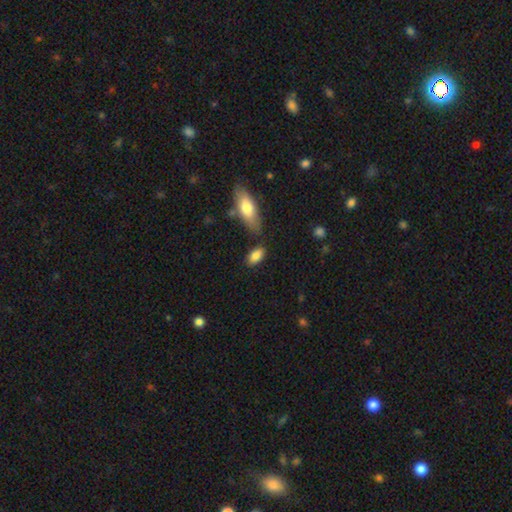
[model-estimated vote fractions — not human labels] This appears to be a smooth galaxy with no disk features (85%) that is in between round and cigar-shaped (89%). Merging: none (74%).